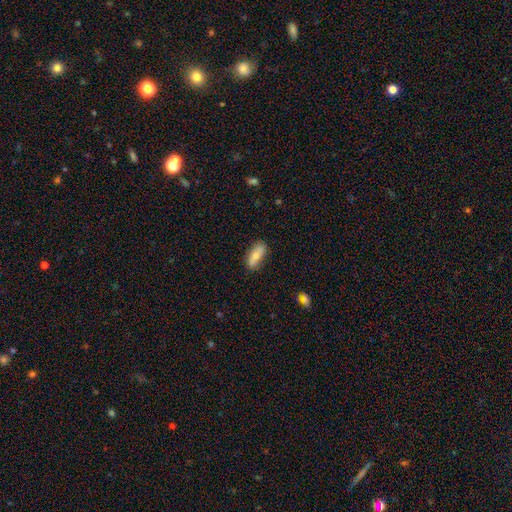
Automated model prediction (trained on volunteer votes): The model was most divided on "how rounded": in between: 70%, cigar-shaped: 27%, round: 3%. More confident: merging — none (77%); smooth or featured — smooth (70%).